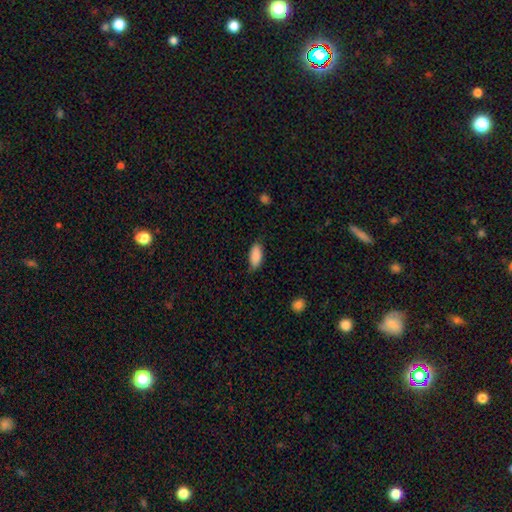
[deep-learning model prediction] Morphology: type=smooth (89%); roundness=in between (87%); merging=none (79%).